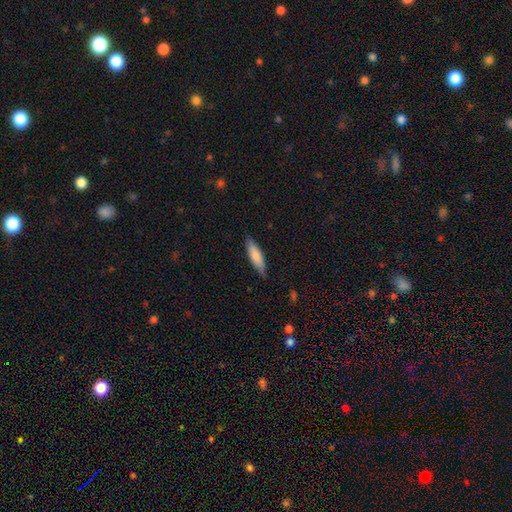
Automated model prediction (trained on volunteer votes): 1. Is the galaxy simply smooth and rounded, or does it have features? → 78% smooth, 17% featured or disk, 5% star or artifact.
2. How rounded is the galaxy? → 64% cigar-shaped, 35% in between, 1% round.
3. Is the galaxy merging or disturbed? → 83% none, 13% minor disturbance, 2% major disturbance, 1% merger.